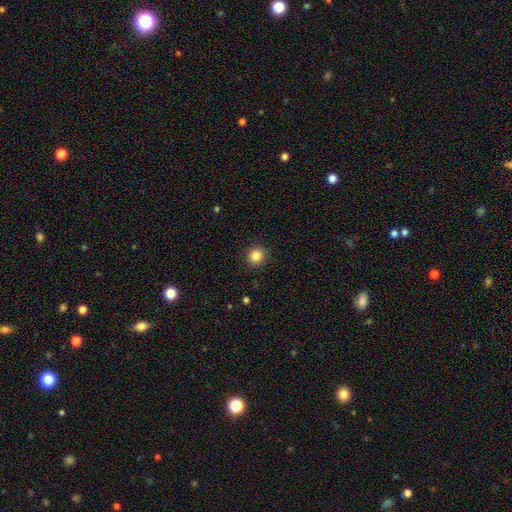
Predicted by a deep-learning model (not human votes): Smooth or featured? smooth (85%)
How rounded? round (89%)
Merging? none (91%)